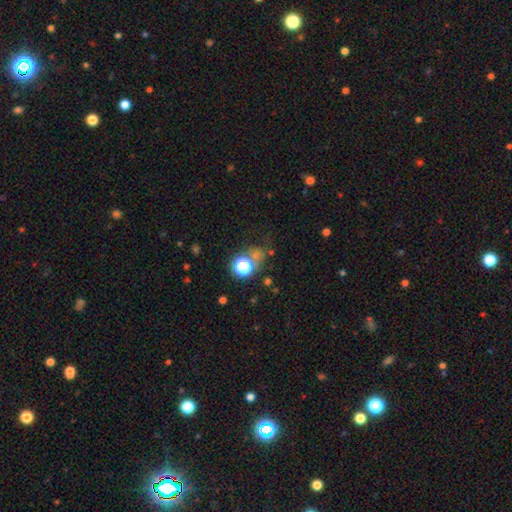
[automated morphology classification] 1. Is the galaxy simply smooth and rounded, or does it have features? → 54% star or artifact, 37% smooth, 9% featured or disk.